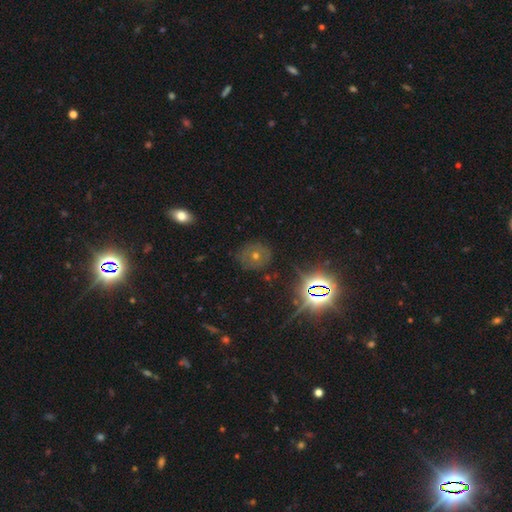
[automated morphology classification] smooth-or-featured: star or artifact: 39% | smooth: 34% | featured or disk: 26%